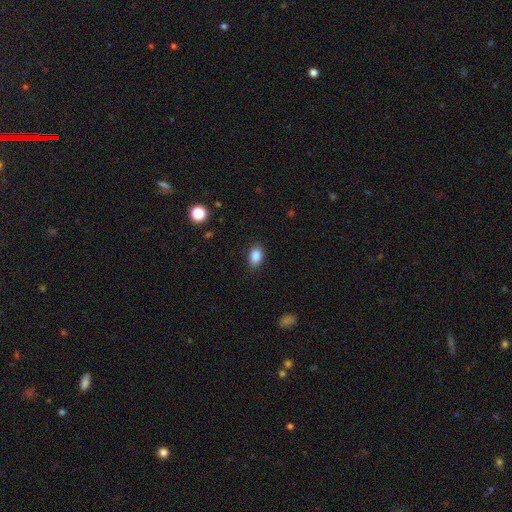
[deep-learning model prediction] Smooth or featured? smooth (87%)
How rounded? in between (85%)
Merging? none (86%)